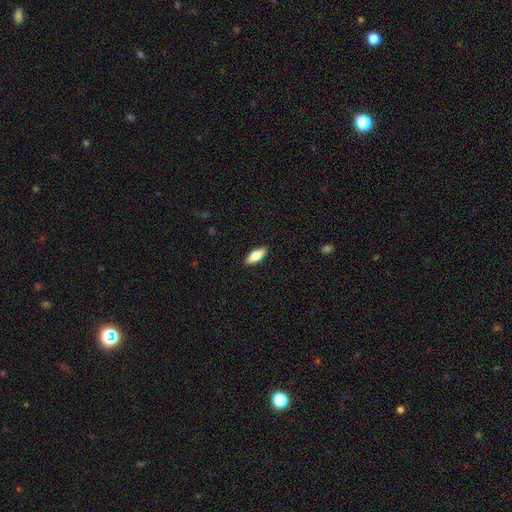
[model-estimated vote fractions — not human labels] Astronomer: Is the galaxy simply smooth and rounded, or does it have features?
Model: smooth — 74%.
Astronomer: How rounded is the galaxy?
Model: in between — 71%.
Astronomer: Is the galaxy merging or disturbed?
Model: none — 89%.